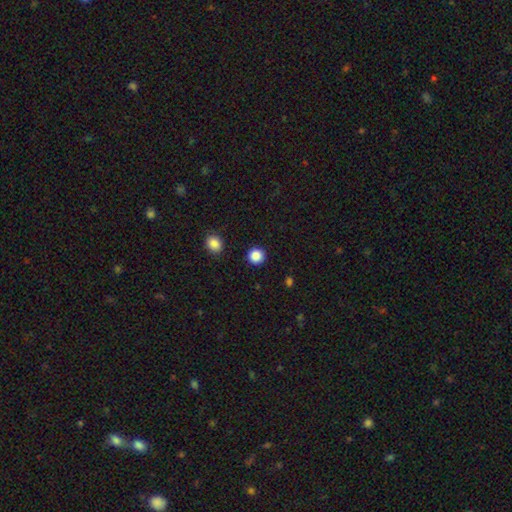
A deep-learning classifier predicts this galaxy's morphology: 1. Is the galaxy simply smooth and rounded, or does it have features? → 87% smooth, 10% star or artifact, 3% featured or disk.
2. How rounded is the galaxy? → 94% round, 5% in between, 1% cigar-shaped.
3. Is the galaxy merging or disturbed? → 92% none, 5% minor disturbance, 2% major disturbance, 2% merger.